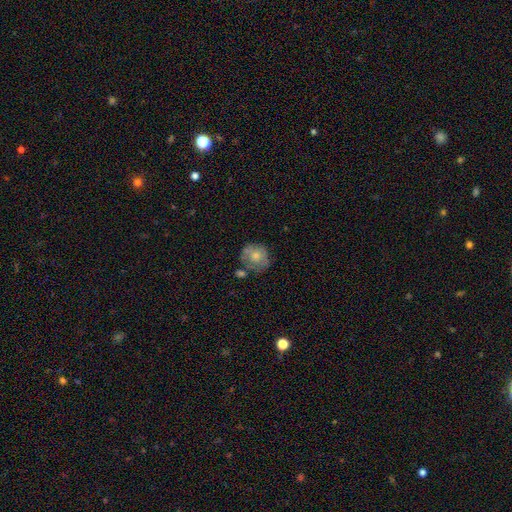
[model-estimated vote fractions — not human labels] This is likely a smooth galaxy (65%). How rounded: likely round (78%). Merging: possibly none (53%).